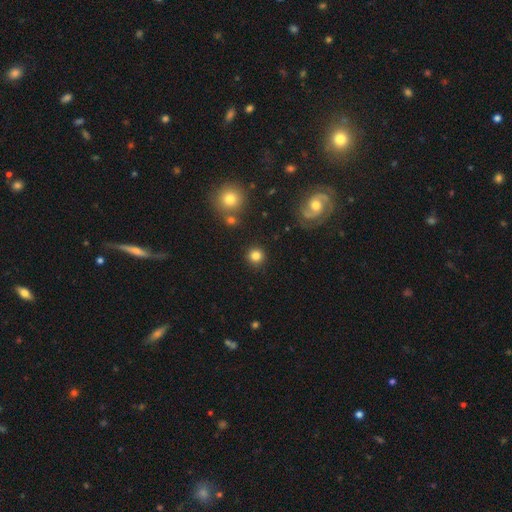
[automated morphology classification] Smooth or featured? smooth (82%)
How rounded? round (94%)
Merging? none (89%)